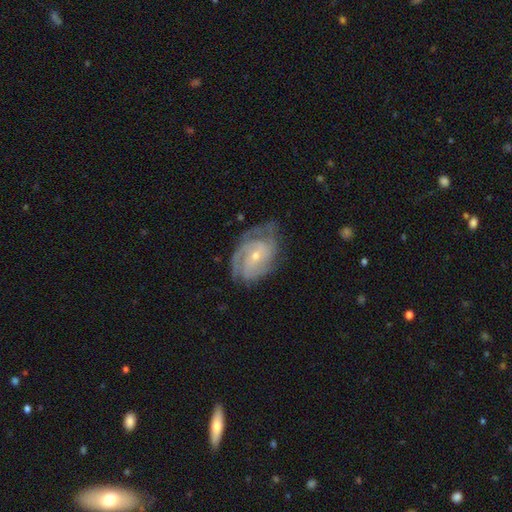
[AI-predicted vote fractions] This is clearly a featured or disk galaxy (83%). It is clearly not viewed edge-on (97%). Bar: possibly no (59%). Spiral arm pattern: clearly yes (94%). Spiral arm count: marginally 2 (29%, tied with can't tell). Spiral winding: possibly tight (59%). Central bulge: likely small (64%). Merging: likely none (60%).